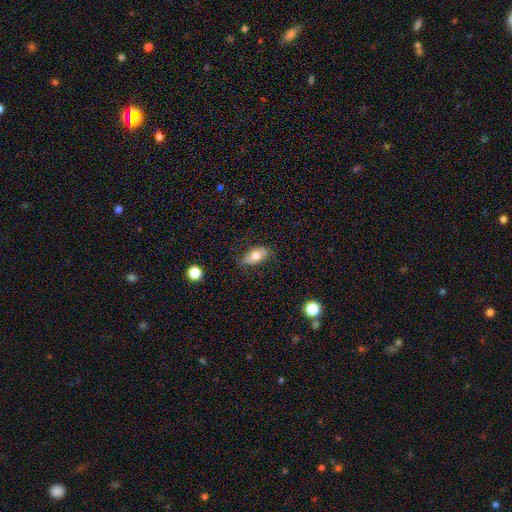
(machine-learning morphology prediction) Smooth or featured: smooth — 71% (featured or disk — 22%)
How rounded: in between — 91% (round — 6%)
Merging: none — 77% (minor disturbance — 17%)